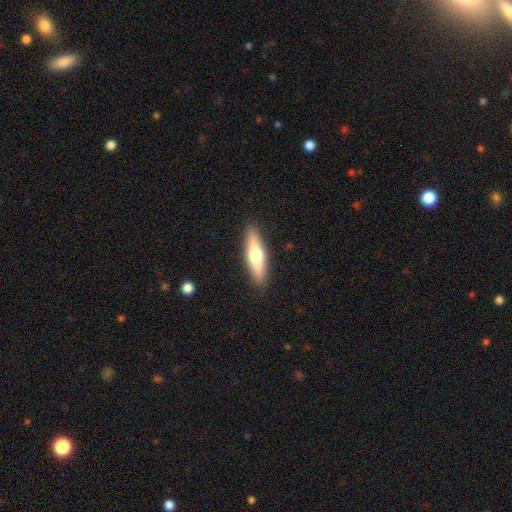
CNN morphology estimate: A smooth galaxy with no disk features (58%) that is cigar-shaped (70%).

Vote fractions:
- Smooth or featured? smooth: 58% / featured or disk: 36% / star or artifact: 6%
- How rounded? cigar-shaped: 70% / in between: 28% / round: 2%
- Merging? none: 89% / minor disturbance: 8% / major disturbance: 2% / merger: 1%